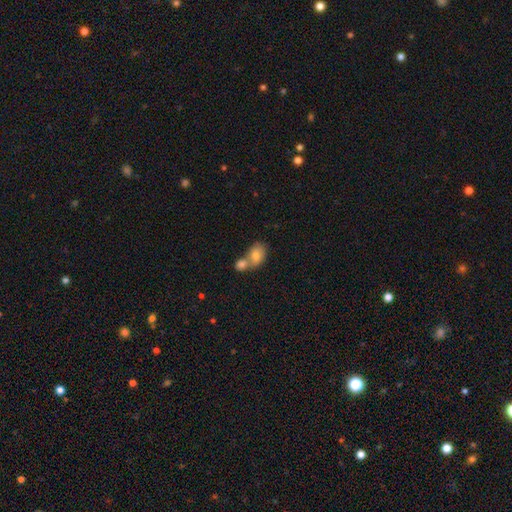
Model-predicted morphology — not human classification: This is likely a smooth galaxy (80%). How rounded: likely in between (73%). Merging: likely merger (65%).